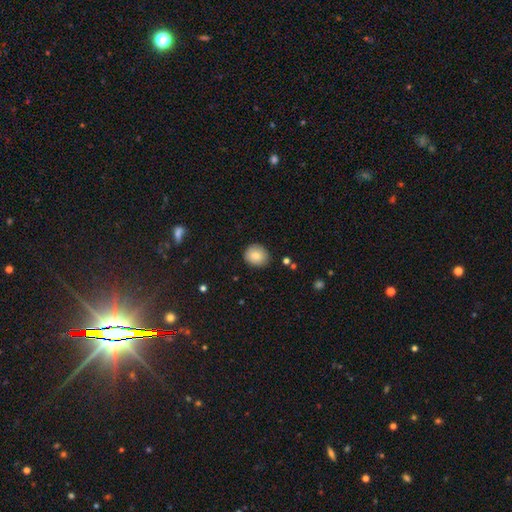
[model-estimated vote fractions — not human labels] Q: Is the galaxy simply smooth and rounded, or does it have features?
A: smooth — 83%.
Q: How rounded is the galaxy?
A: round — 75%.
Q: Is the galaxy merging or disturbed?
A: none — 85%.